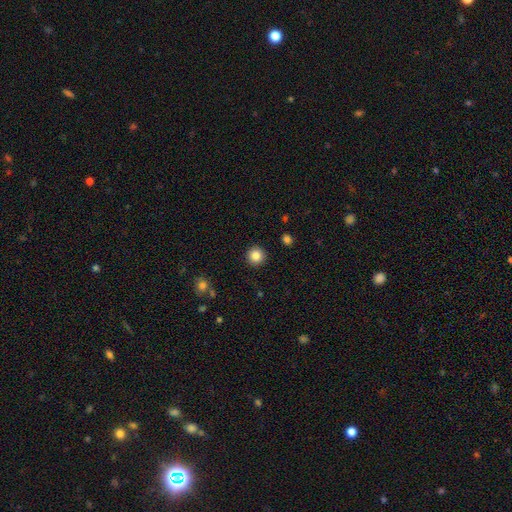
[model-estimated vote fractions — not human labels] This is clearly a smooth galaxy (85%). How rounded: clearly round (95%). Merging: clearly none (92%).